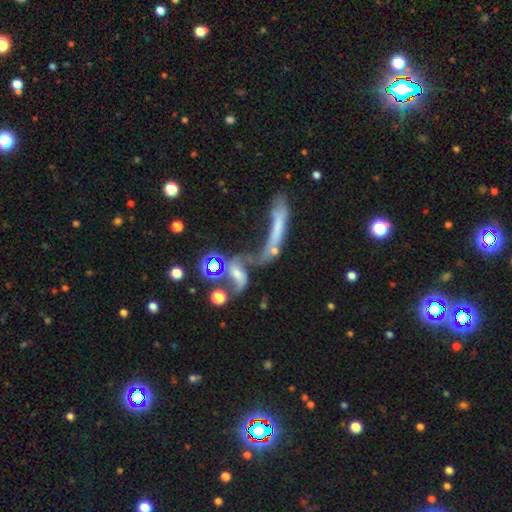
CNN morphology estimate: A star or artifact, not a galaxy (36%).